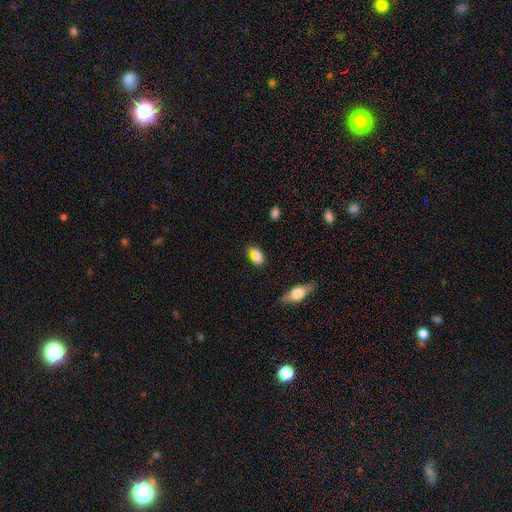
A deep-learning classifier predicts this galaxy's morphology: A smooth galaxy with no disk features (81%) that is in between round and cigar-shaped (86%).

Vote fractions:
- Smooth or featured? smooth: 81% / featured or disk: 10% / star or artifact: 9%
- How rounded? in between: 86% / round: 10% / cigar-shaped: 4%
- Merging? none: 67% / minor disturbance: 22% / merger: 7% / major disturbance: 5%